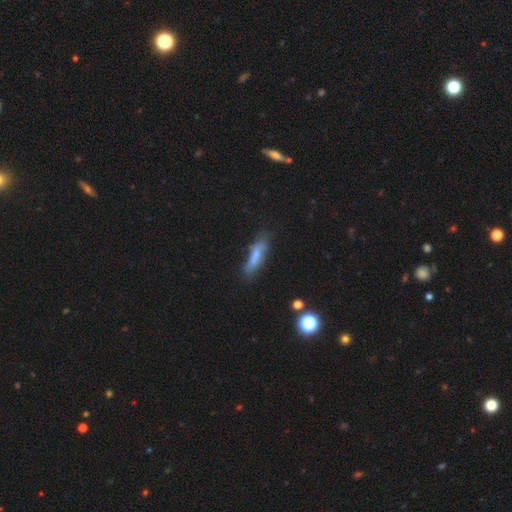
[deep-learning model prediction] Overall: smooth (61%; featured or disk 29%). How rounded: cigar-shaped (64%; in between 33%). Merging: none (52%; minor disturbance 27%).